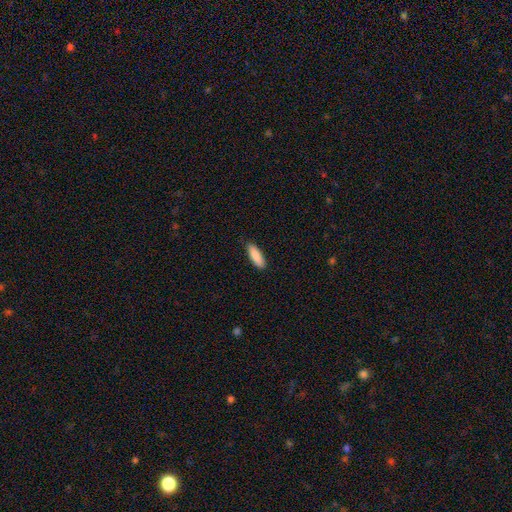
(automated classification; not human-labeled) smooth-or-featured: smooth: 88% | featured or disk: 6% | star or artifact: 6%
  how-rounded: in between: 50% | cigar-shaped: 48% | round: 2%
  merging: none: 88% | minor disturbance: 9% | major disturbance: 2% | merger: 1%